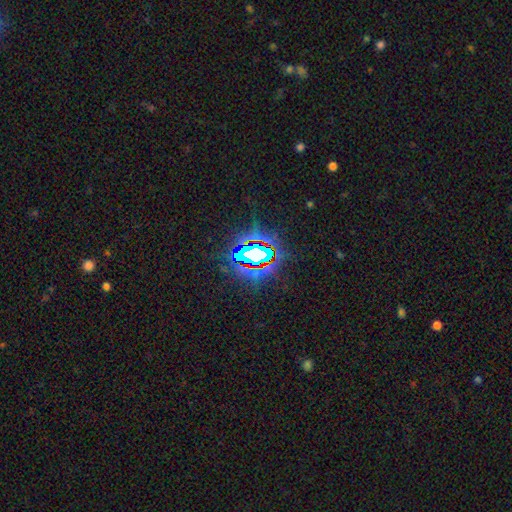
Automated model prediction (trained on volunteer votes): Smooth or featured? Predicted: star or artifact (p=0.75).